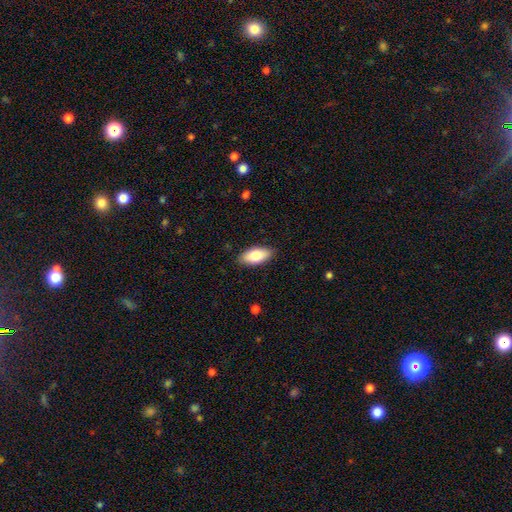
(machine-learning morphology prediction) Overall: smooth (79%). How rounded: in between (89%). Merging: none (87%).